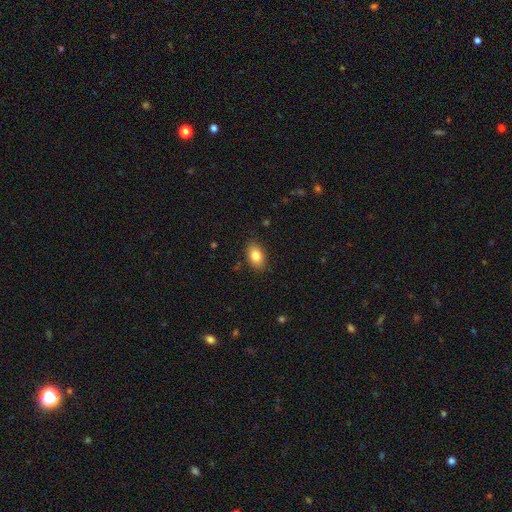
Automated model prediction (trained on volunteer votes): A smooth galaxy with no disk features (84%) that is in between round and cigar-shaped (88%).

Vote fractions:
- Smooth or featured? smooth: 84% / featured or disk: 8% / star or artifact: 8%
- How rounded? in between: 88% / round: 10% / cigar-shaped: 2%
- Merging? none: 86% / minor disturbance: 11% / major disturbance: 2% / merger: 1%